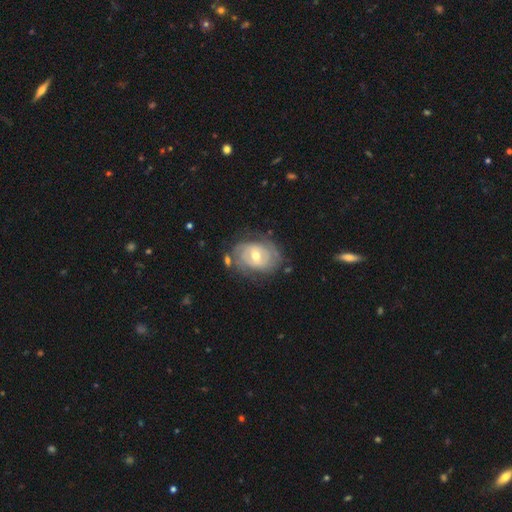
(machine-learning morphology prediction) smooth-or-featured: featured or disk: 78% | smooth: 17% | star or artifact: 5%
  disk-edge-on: no: 96% | yes: 4%
    bar: no: 47% | weak: 42% | strong: 11%
    has-spiral-arms: yes: 85% | no: 15%
      spiral-winding: tight: 69% | medium: 23% | loose: 8%
      spiral-arm-count: can't tell: 40% | 2: 38% | 3: 11% | 1: 4% | 4: 4% | more than 4: 3%
    bulge-size: moderate: 68% | small: 27% | large: 3% | none: 1% | dominant: 1%
  merging: none: 67% | minor disturbance: 20% | major disturbance: 8% | merger: 4%